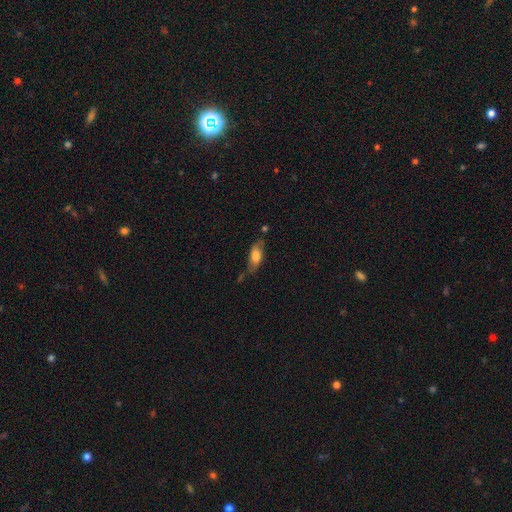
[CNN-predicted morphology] This is likely a smooth galaxy (63%). How rounded: likely in between (77%). Merging: possibly none (55%).